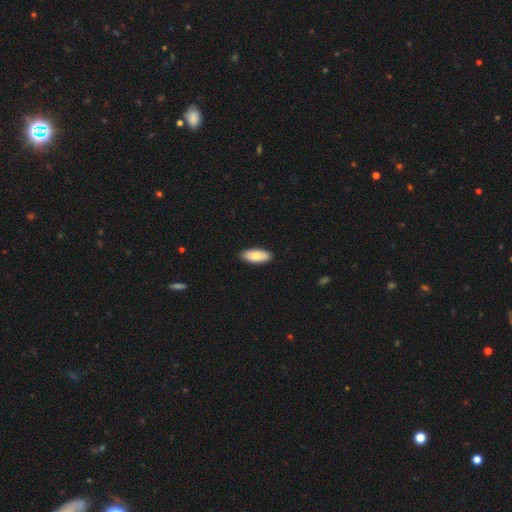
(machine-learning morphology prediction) Smooth or featured? Predicted: smooth (p=0.75). How rounded? Predicted: in between (p=0.82). Merging? Predicted: none (p=0.90).